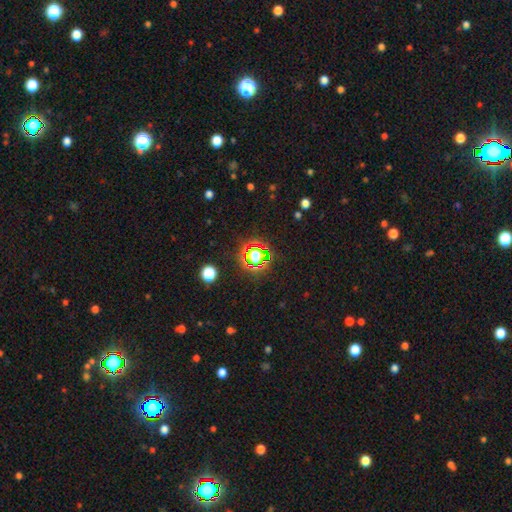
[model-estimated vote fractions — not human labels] This is possibly a star or artifact rather than a galaxy (56%).